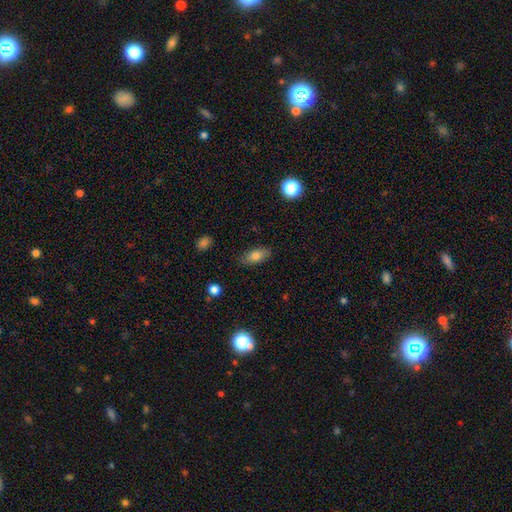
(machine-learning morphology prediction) This appears to be a smooth galaxy with no disk features (78%) that is in between round and cigar-shaped (83%). Merging: none (84%).